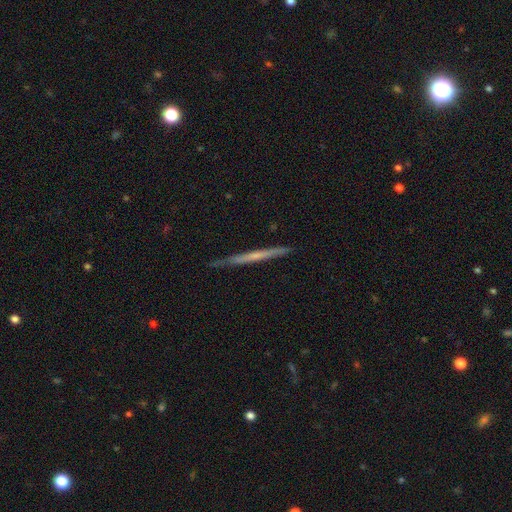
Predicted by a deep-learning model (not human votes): This is possibly a featured or disk galaxy (60%). It is clearly viewed edge-on (97%). Edge-on bulge: likely none (77%). Merging: clearly none (86%).